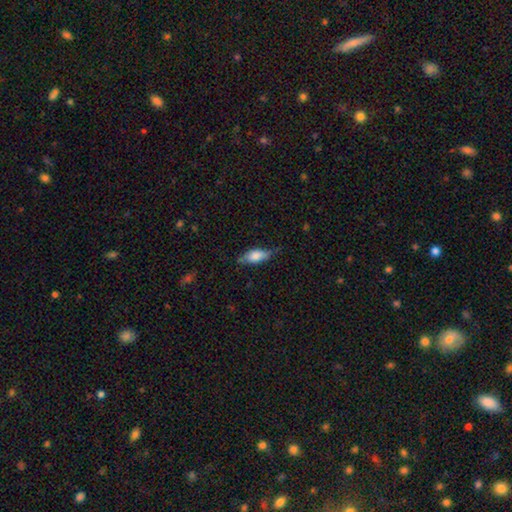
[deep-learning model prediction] Smooth or featured? smooth (64%)
How rounded? in between (74%)
Merging? none (66%)